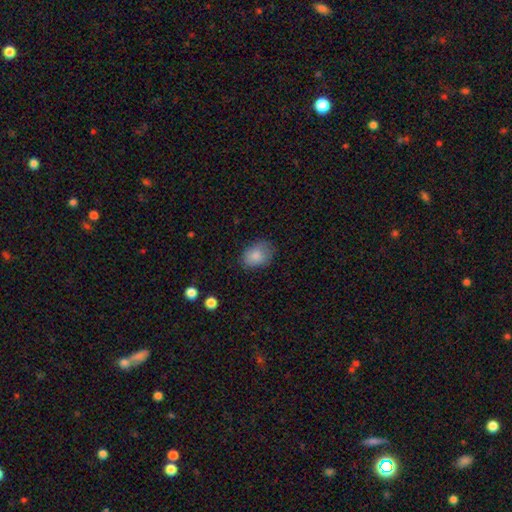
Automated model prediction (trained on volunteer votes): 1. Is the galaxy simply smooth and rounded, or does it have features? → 84% smooth, 8% featured or disk, 8% star or artifact.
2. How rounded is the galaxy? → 75% in between, 24% round, 1% cigar-shaped.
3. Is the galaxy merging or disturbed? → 73% none, 21% minor disturbance, 5% major disturbance, 1% merger.